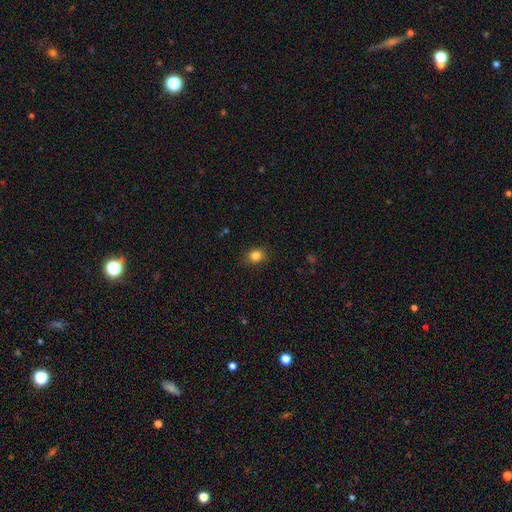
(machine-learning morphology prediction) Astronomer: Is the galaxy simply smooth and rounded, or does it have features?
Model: smooth — 84%.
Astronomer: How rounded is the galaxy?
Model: round — 63%.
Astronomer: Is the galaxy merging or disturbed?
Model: none — 87%.